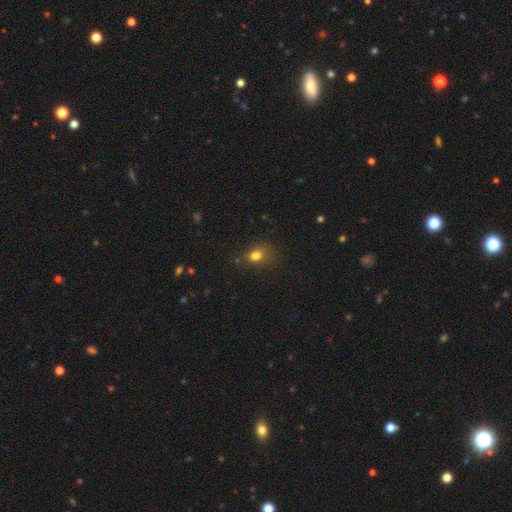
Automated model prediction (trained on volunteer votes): smooth_or_featured: smooth (p=0.79) [alt: star or artifact p=0.14]
how_rounded: in between (p=0.58) [alt: round p=0.40]
merging: none (p=0.67) [alt: minor disturbance p=0.20]